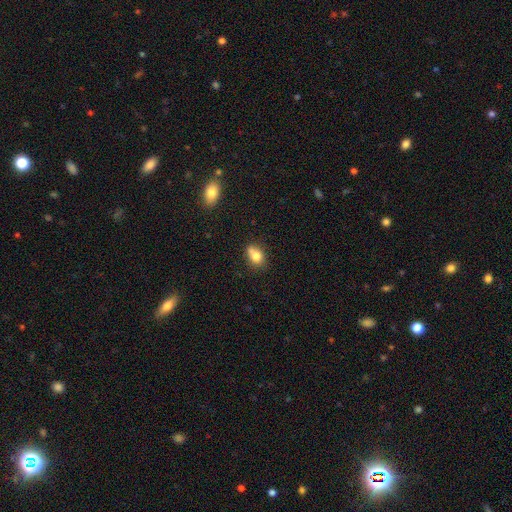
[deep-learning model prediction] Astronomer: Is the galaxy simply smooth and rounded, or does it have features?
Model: smooth — 77%.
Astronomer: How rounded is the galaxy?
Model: in between — 63%.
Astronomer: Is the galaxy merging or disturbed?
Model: none — 50%.